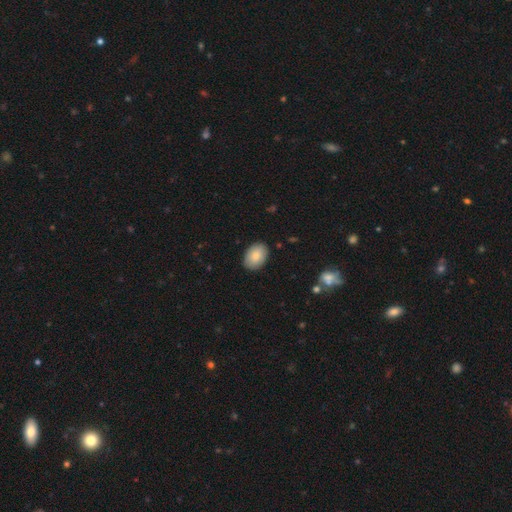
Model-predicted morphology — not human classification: This is clearly a smooth galaxy (85%). How rounded: clearly in between (82%). Merging: clearly none (88%).